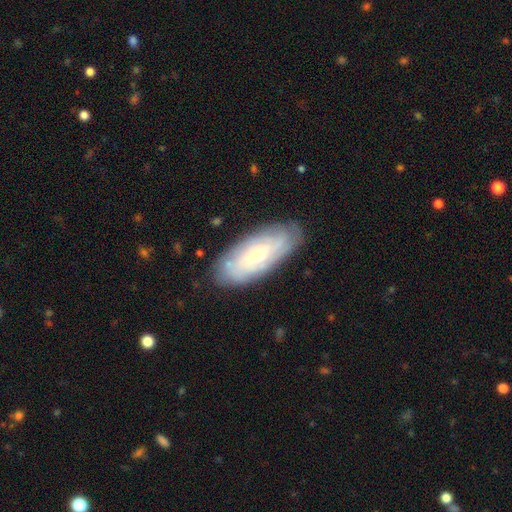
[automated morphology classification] featured or disk 52%, smooth 41%, star or artifact 7%. Down the decision tree: edge-on disk — no (86%); merging — none (81%).